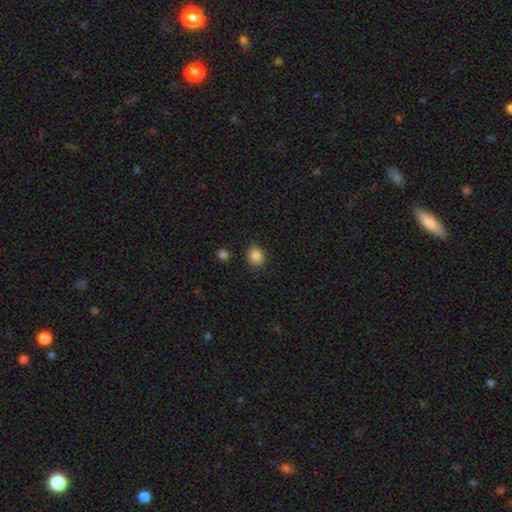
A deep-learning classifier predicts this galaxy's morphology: smooth-or-featured: smooth: 85% | star or artifact: 10% | featured or disk: 5%
  how-rounded: round: 63% | in between: 37% | cigar-shaped: 1%
  merging: none: 85% | minor disturbance: 11% | major disturbance: 2% | merger: 2%